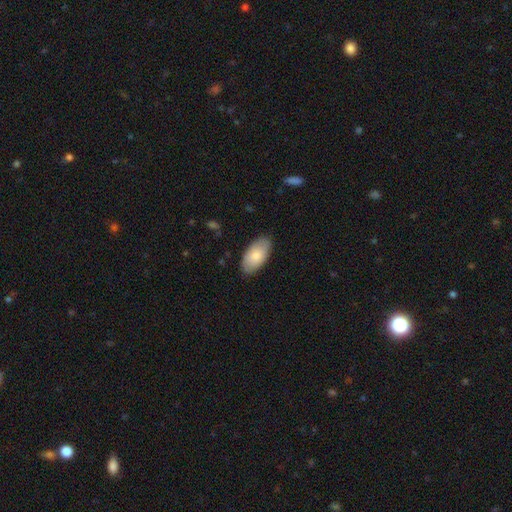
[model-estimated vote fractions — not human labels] A smooth galaxy with no disk features (79%) that is in between round and cigar-shaped (95%).

Vote fractions:
- Smooth or featured? smooth: 79% / featured or disk: 16% / star or artifact: 5%
- How rounded? in between: 95% / round: 3% / cigar-shaped: 2%
- Merging? none: 83% / minor disturbance: 13% / major disturbance: 2% / merger: 1%